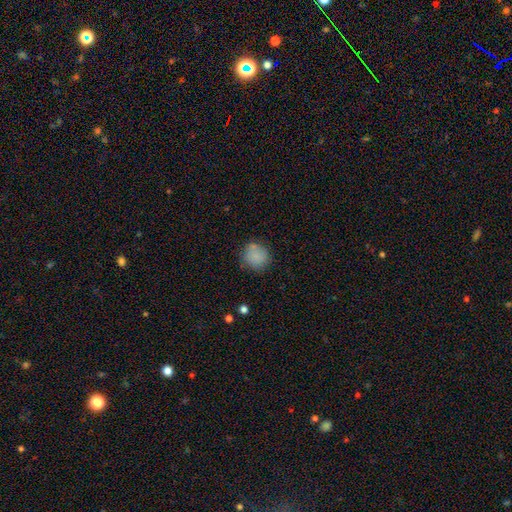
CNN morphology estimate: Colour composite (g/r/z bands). It shows a smooth galaxy with no disk features (84%) that is round (87%). Merging: none (76%).